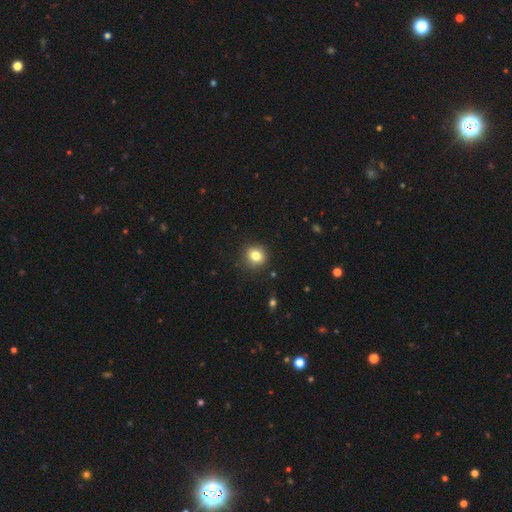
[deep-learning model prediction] This is clearly a smooth galaxy (82%). How rounded: clearly round (86%). Merging: clearly none (89%).